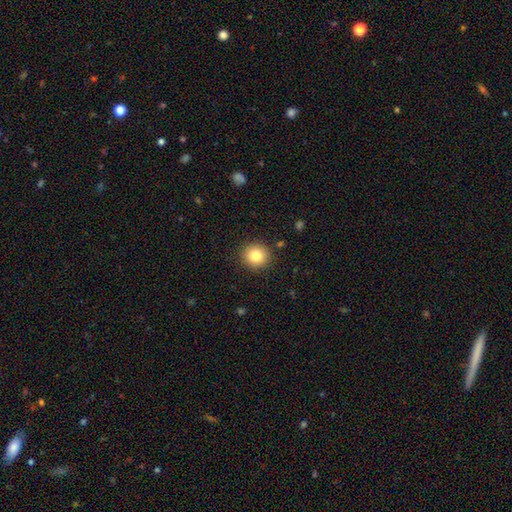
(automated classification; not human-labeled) A smooth galaxy with no disk features (81%) that is round (91%).

Vote fractions:
- Smooth or featured? smooth: 81% / star or artifact: 11% / featured or disk: 8%
- How rounded? round: 91% / in between: 8% / cigar-shaped: 1%
- Merging? none: 90% / minor disturbance: 6% / major disturbance: 2% / merger: 1%